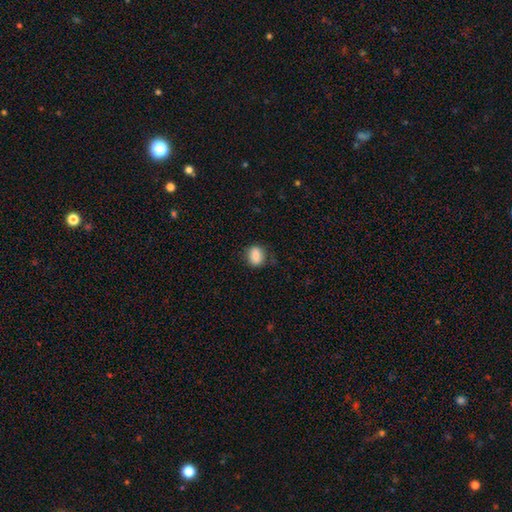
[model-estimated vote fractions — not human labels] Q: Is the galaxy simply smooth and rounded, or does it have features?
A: smooth — 82%.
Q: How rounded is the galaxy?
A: round — 52%.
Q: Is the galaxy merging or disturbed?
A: none — 75%.